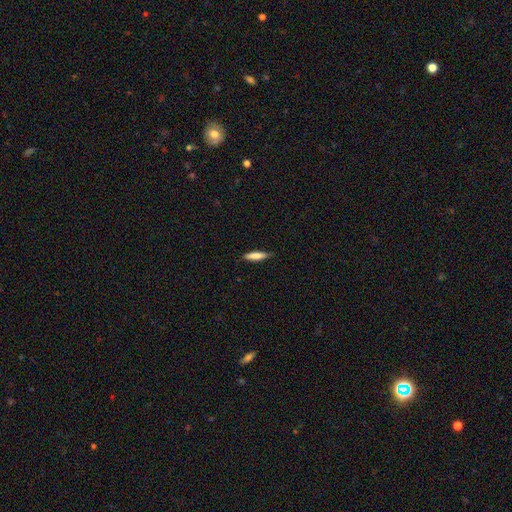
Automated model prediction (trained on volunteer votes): smooth 77%, featured or disk 18%, star or artifact 6%. Down the decision tree: how rounded — cigar-shaped (79%); merging — none (84%).